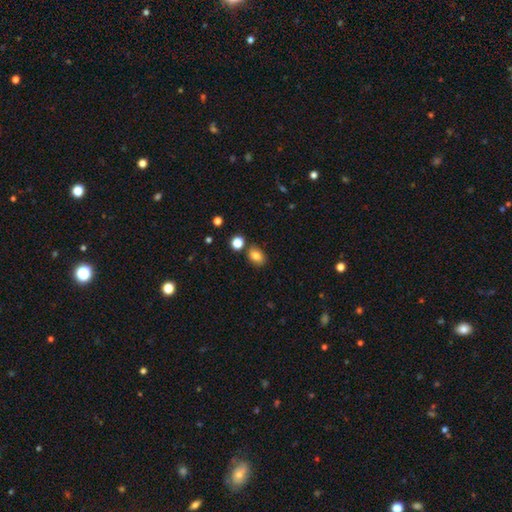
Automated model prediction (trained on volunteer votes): smooth_or_featured: smooth (p=0.81) [alt: star or artifact p=0.11]
how_rounded: in between (p=0.69) [alt: round p=0.30]
merging: none (p=0.78) [alt: minor disturbance p=0.12]